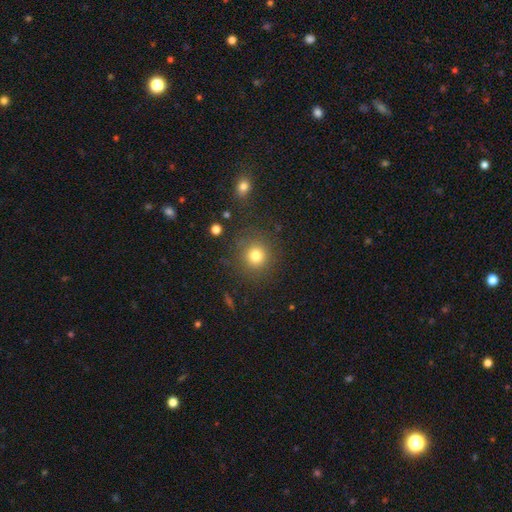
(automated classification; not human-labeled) The model was most divided on "smooth or featured": smooth: 78%, star or artifact: 14%, featured or disk: 8%. More confident: how rounded — round (92%); merging — none (86%).